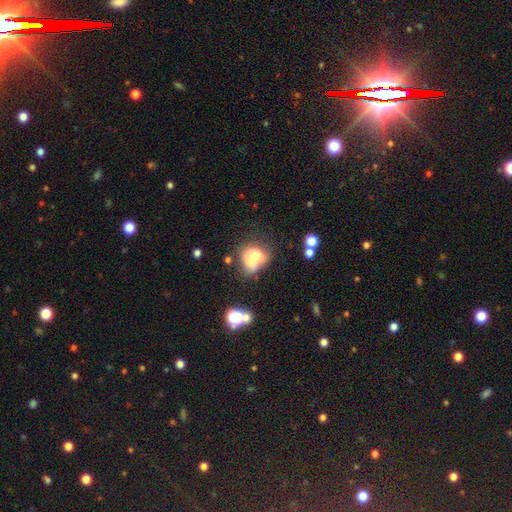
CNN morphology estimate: Smooth or featured? smooth (62%)
How rounded? round (54%)
Merging? merger (47%)